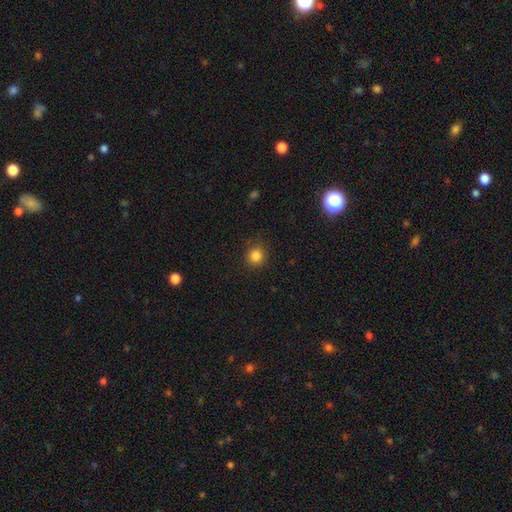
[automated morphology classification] Smooth or featured?
  - smooth: 84% *
  - star or artifact: 12%
  - featured or disk: 4%
How rounded?
  - round: 91% *
  - in between: 8%
  - cigar-shaped: 1%
Merging?
  - none: 88% *
  - minor disturbance: 8%
  - major disturbance: 3%
  - merger: 1%